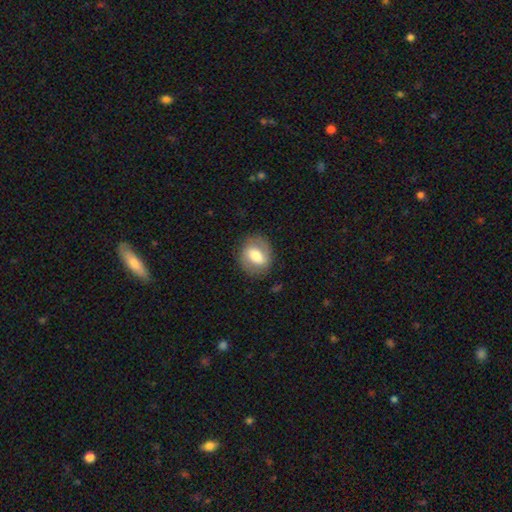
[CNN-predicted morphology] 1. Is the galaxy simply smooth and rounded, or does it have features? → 50% smooth, 43% featured or disk, 7% star or artifact.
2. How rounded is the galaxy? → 52% in between, 46% round, 2% cigar-shaped.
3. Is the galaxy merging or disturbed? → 81% none, 13% minor disturbance, 5% major disturbance, 1% merger.